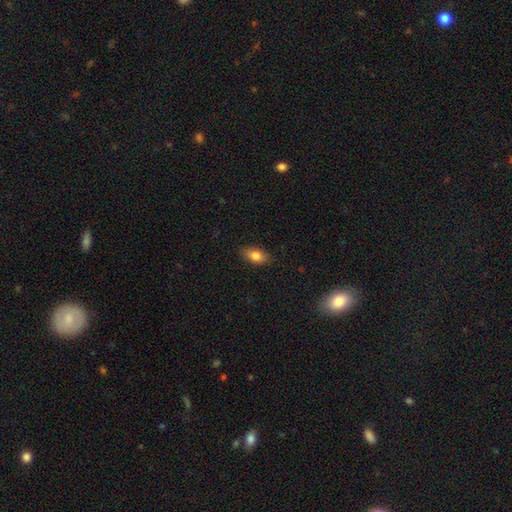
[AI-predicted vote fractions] smooth-or-featured: smooth: 81% | featured or disk: 12% | star or artifact: 8%
  how-rounded: in between: 88% | cigar-shaped: 6% | round: 6%
  merging: none: 86% | minor disturbance: 11% | major disturbance: 2% | merger: 1%